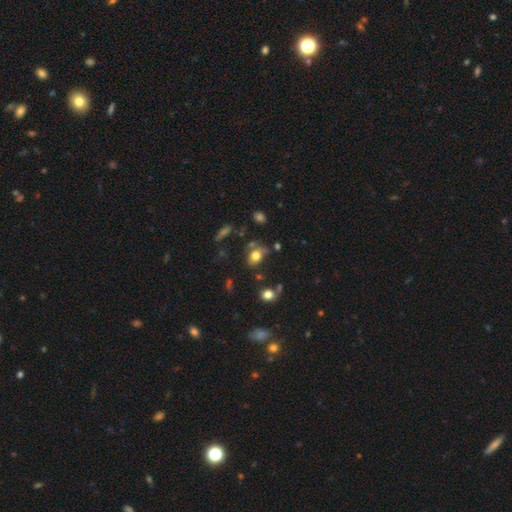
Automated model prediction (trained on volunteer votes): Smooth or featured?
  - smooth: 76% *
  - star or artifact: 12%
  - featured or disk: 12%
How rounded?
  - in between: 66% *
  - round: 32%
  - cigar-shaped: 2%
Merging?
  - none: 57% *
  - minor disturbance: 22%
  - merger: 11%
  - major disturbance: 10%